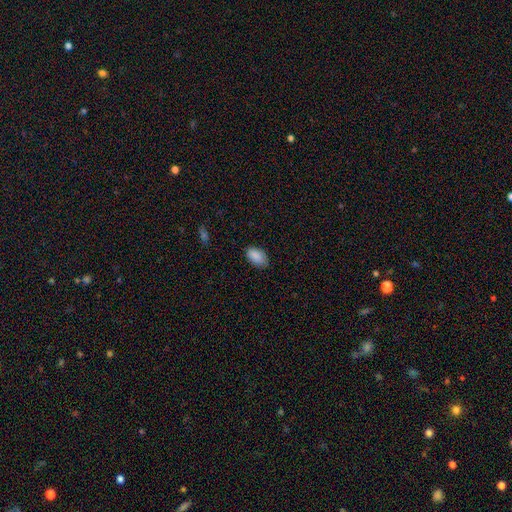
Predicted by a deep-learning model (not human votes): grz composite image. It shows a smooth galaxy with no disk features (89%) that is in between round and cigar-shaped (94%). Merging: none (79%).